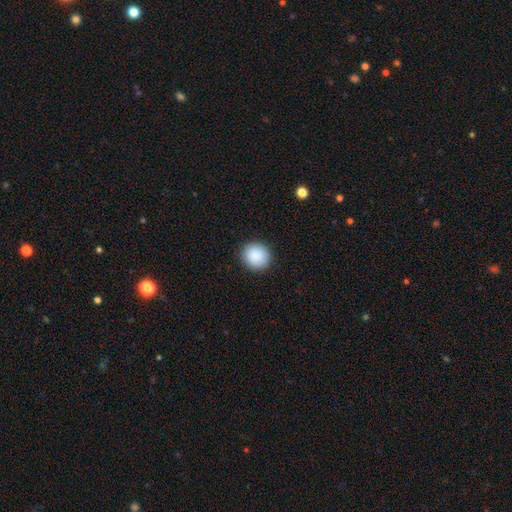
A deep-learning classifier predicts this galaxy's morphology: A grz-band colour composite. It shows a smooth galaxy with no disk features (89%) that is round (90%). Merging: none (91%).